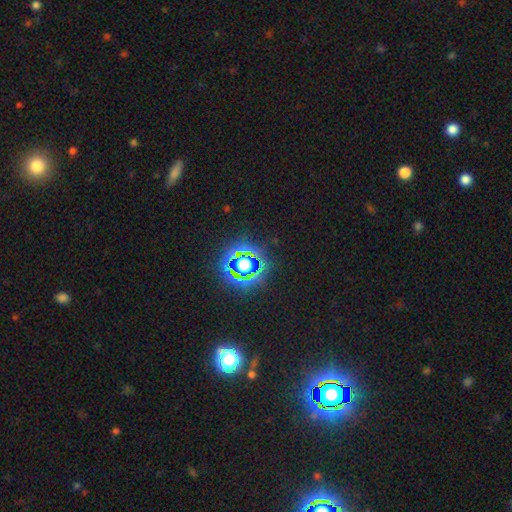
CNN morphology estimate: smooth-or-featured: star or artifact: 77% | smooth: 15% | featured or disk: 8%